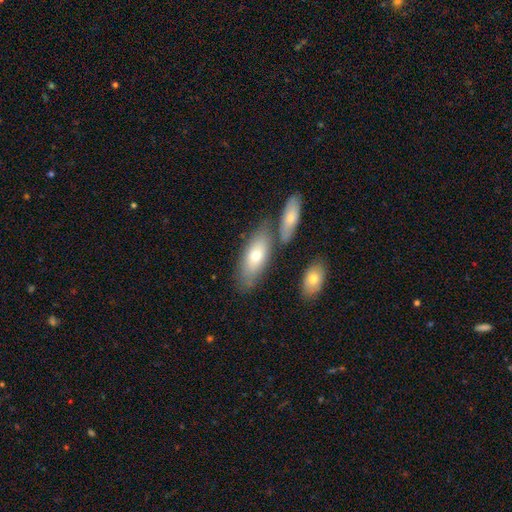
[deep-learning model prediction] Smooth or featured? smooth (70%)
How rounded? in between (79%)
Merging? none (61%)